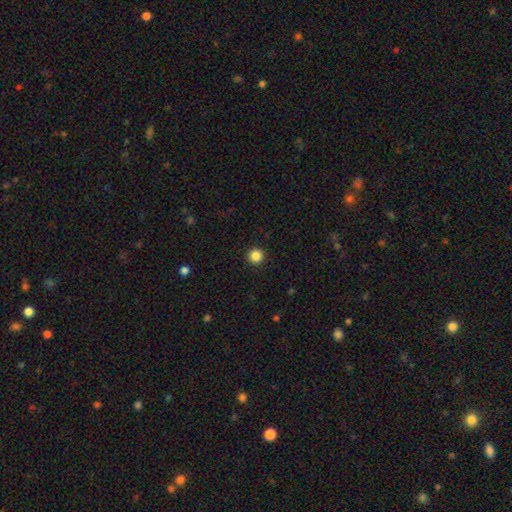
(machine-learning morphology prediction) smooth-or-featured: smooth: 86% | star or artifact: 11% | featured or disk: 3%
  how-rounded: round: 96% | in between: 3% | cigar-shaped: 1%
  merging: none: 93% | minor disturbance: 4% | major disturbance: 2% | merger: 1%